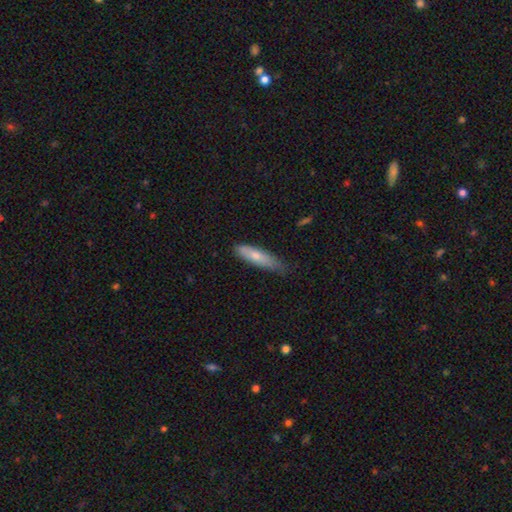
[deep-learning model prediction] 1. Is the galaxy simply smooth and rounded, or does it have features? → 73% smooth, 21% featured or disk, 6% star or artifact.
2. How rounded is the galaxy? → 69% cigar-shaped, 29% in between, 2% round.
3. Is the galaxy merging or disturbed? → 59% none, 34% minor disturbance, 6% major disturbance, 2% merger.